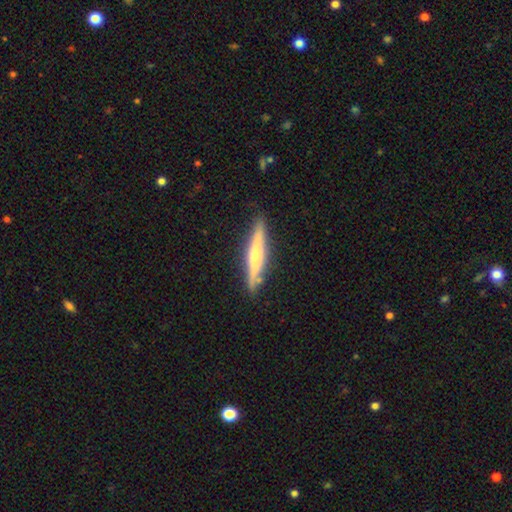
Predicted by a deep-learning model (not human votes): This appears to be a featured or disk galaxy (56%) viewed edge-on (96%) with a rounded central bulge (64%). Merging: none (86%).